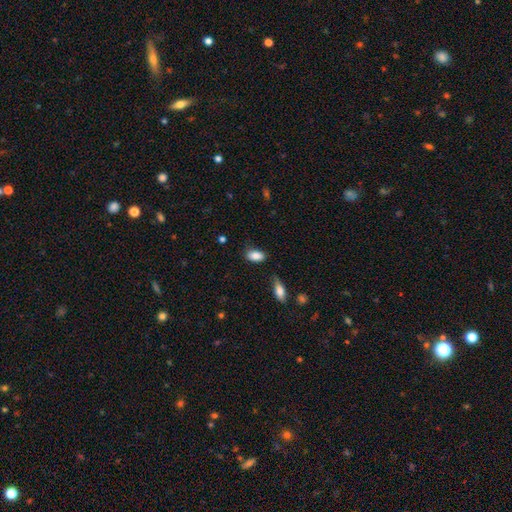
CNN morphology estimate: A smooth galaxy with no disk features (87%) that is in between round and cigar-shaped (91%). Merging: none (75%).